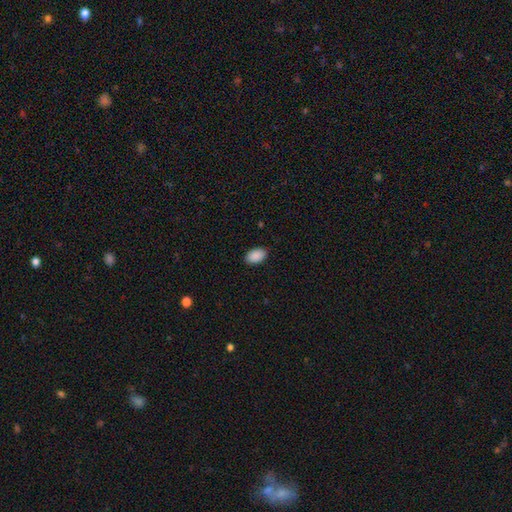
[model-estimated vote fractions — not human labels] Smooth or featured?
  - smooth: 91% *
  - star or artifact: 7%
  - featured or disk: 3%
How rounded?
  - in between: 93% *
  - round: 6%
  - cigar-shaped: 1%
Merging?
  - none: 89% *
  - minor disturbance: 8%
  - major disturbance: 2%
  - merger: 1%